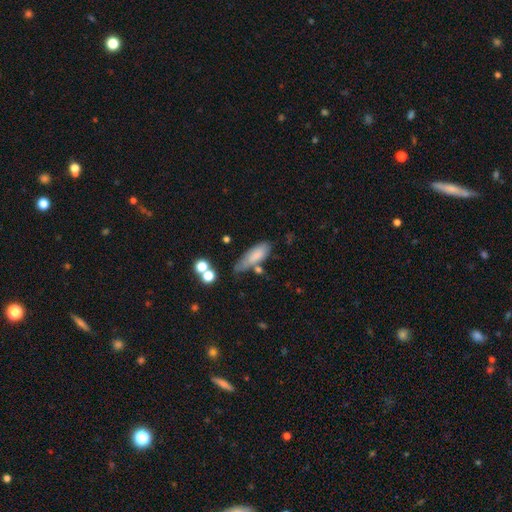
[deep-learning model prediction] Overall: smooth (77%). How rounded: in between (60%; cigar-shaped 38%). Merging: none (48%; minor disturbance 28%).